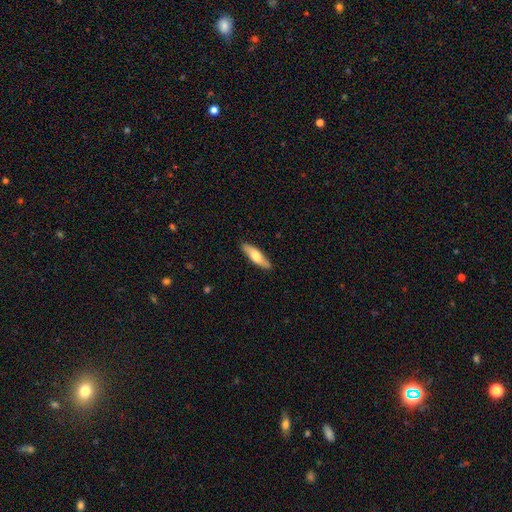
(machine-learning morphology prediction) Q: Smooth or featured?
A: smooth (65%); runner-up: featured or disk (30%)
Q: How rounded?
A: cigar-shaped (58%); runner-up: in between (40%)
Q: Merging?
A: none (88%); runner-up: minor disturbance (9%)